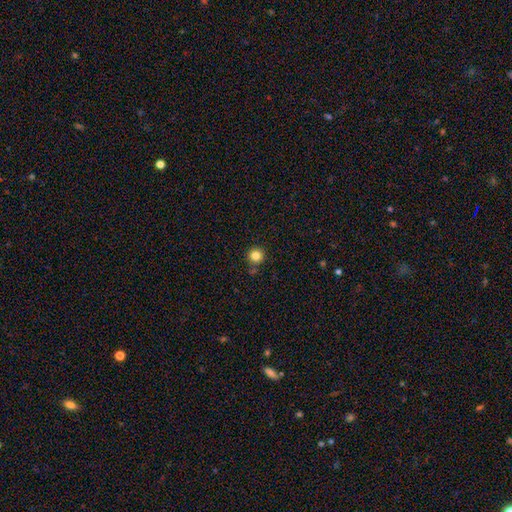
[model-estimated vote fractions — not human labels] The model was most divided on "smooth or featured": smooth: 83%, star or artifact: 12%, featured or disk: 5%. More confident: how rounded — round (95%); merging — none (86%).